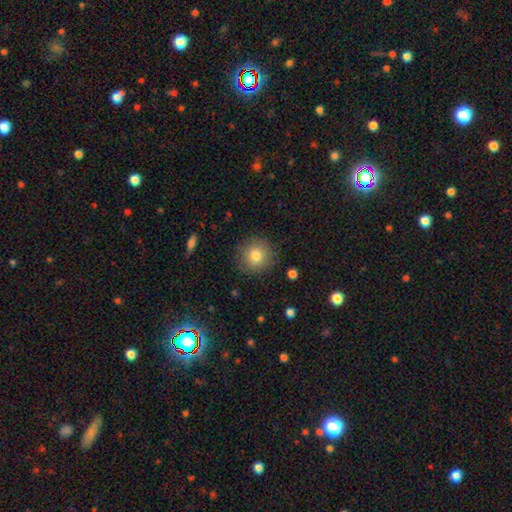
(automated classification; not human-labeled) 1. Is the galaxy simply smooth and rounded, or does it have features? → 82% smooth, 9% star or artifact, 9% featured or disk.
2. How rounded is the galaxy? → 93% round, 6% in between, 1% cigar-shaped.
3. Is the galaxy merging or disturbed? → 87% none, 9% minor disturbance, 3% major disturbance, 1% merger.